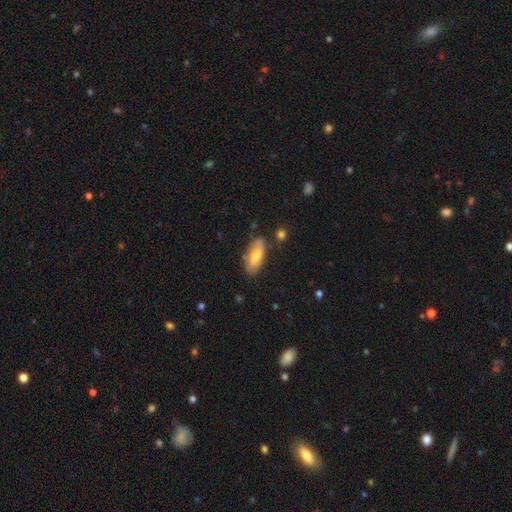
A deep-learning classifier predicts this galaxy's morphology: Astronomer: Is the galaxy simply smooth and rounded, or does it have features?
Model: smooth — 71%.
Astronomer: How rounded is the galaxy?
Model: in between — 78%.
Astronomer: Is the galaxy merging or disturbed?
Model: none — 76%.